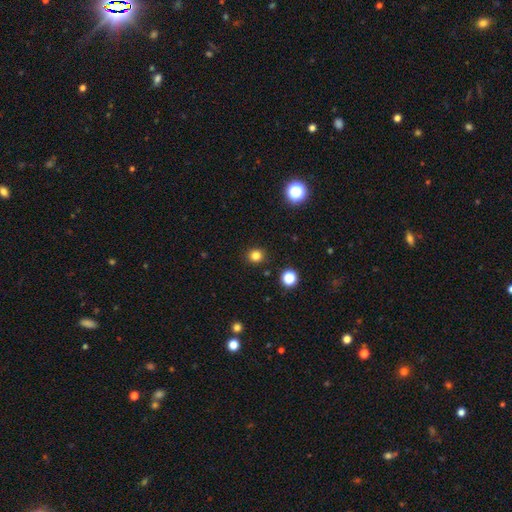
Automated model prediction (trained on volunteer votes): smooth_or_featured: smooth (p=0.81) [alt: star or artifact p=0.15]
how_rounded: round (p=0.88) [alt: in between p=0.11]
merging: none (p=0.91) [alt: minor disturbance p=0.06]